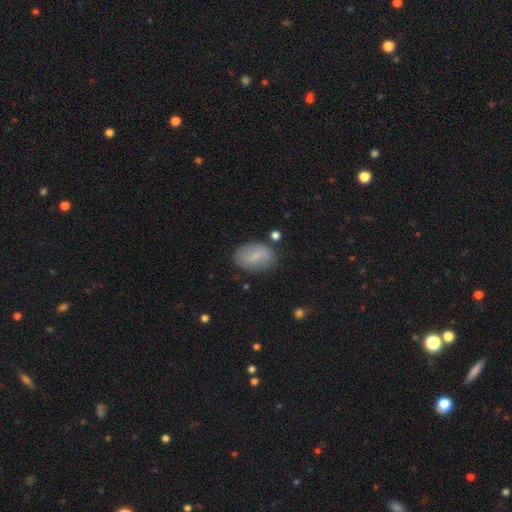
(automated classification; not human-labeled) This is likely a smooth galaxy (63%). How rounded: clearly in between (84%). Merging: likely none (79%).